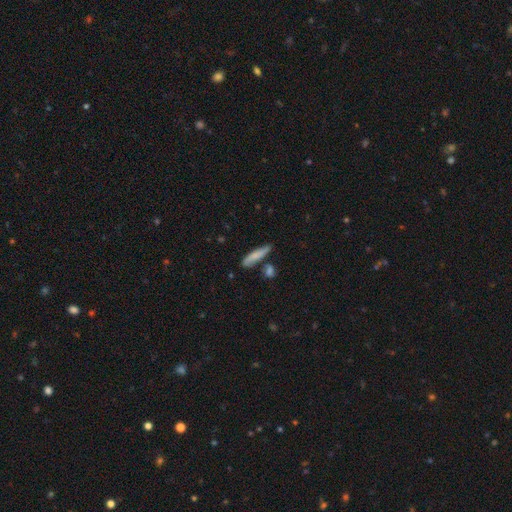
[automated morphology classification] Q: Smooth or featured?
A: smooth (72%); runner-up: featured or disk (22%)
Q: How rounded?
A: cigar-shaped (77%); runner-up: in between (21%)
Q: Merging?
A: none (60%); runner-up: minor disturbance (21%)